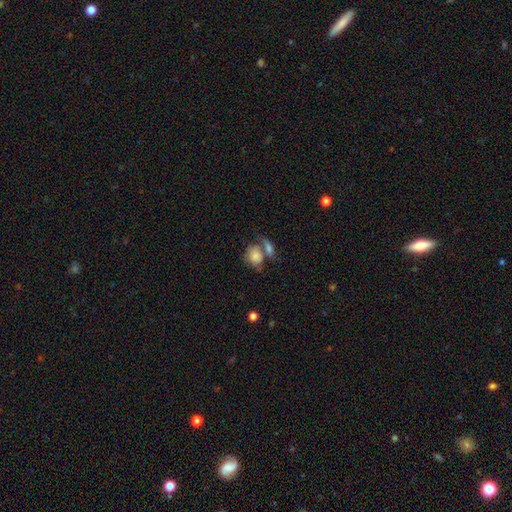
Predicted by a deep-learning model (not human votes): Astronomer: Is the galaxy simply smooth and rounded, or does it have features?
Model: smooth — 75%.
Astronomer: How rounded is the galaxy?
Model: in between — 49%, tied with round at 49%.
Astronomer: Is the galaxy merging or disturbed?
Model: merger — 47% (runner-up: none, 29%).